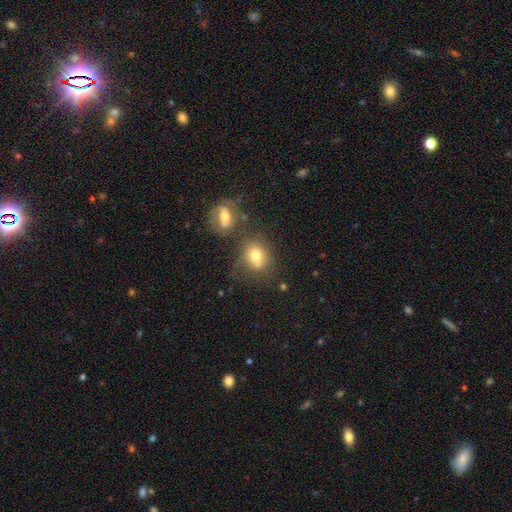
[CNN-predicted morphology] Smooth or featured? Predicted: smooth (p=0.73). How rounded? Predicted: round (p=0.65). Merging? Predicted: none (p=0.50).